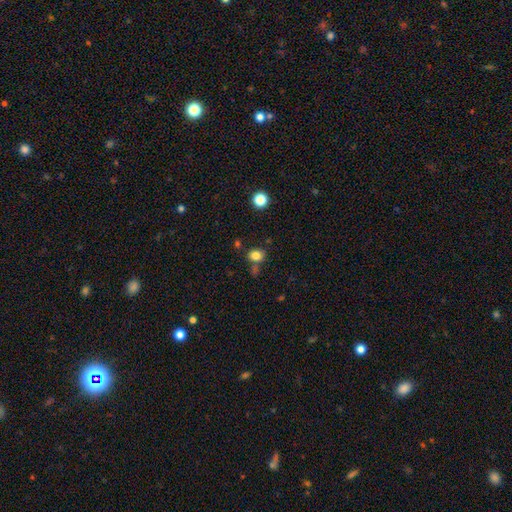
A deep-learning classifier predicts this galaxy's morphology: The model was most divided on "how rounded": round: 63%, in between: 36%, cigar-shaped: 1%. More confident: smooth or featured — smooth (81%); merging — none (67%).